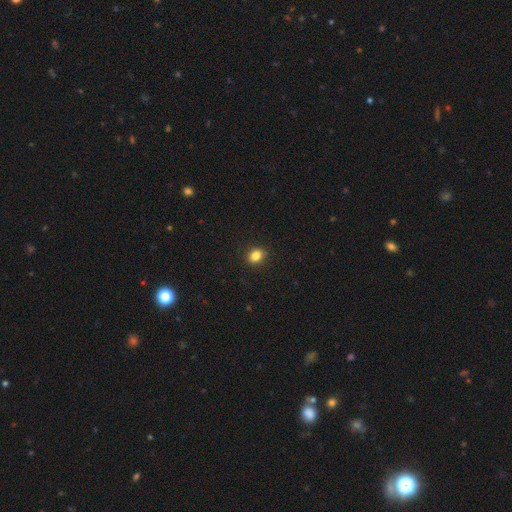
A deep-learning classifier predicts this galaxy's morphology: The model was most divided on "how rounded": round: 51%, in between: 48%, cigar-shaped: 1%. More confident: merging — none (91%); smooth or featured — smooth (84%).